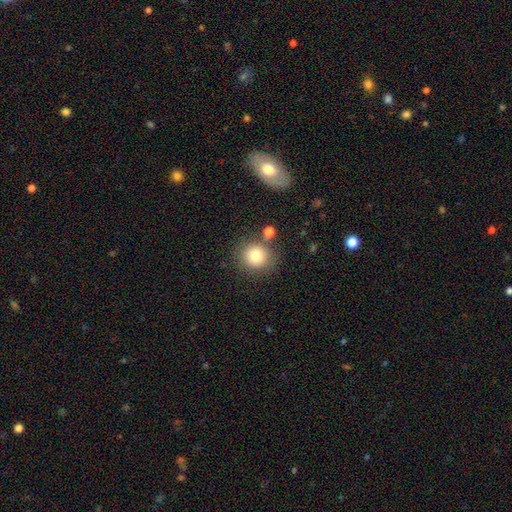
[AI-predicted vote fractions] smooth-or-featured: smooth: 79% | star or artifact: 11% | featured or disk: 10%
  how-rounded: round: 89% | in between: 10% | cigar-shaped: 1%
  merging: none: 76% | minor disturbance: 11% | merger: 10% | major disturbance: 4%